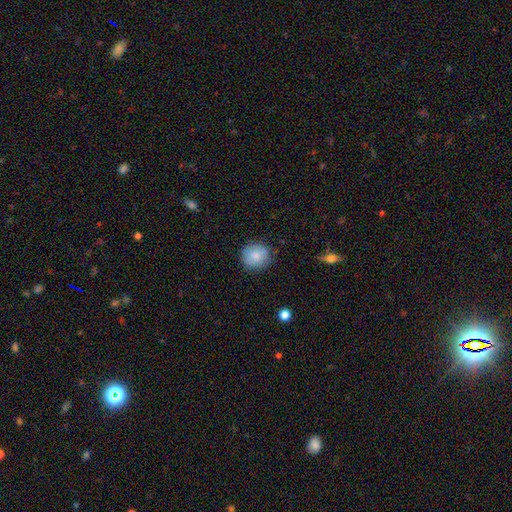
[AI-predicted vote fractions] This is clearly a smooth galaxy (83%). How rounded: clearly round (82%). Merging: clearly none (80%).